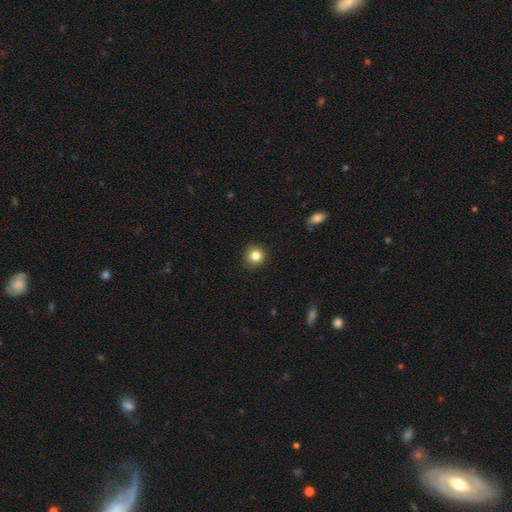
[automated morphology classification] type=smooth (83%); roundness=round (93%); merging=none (91%).